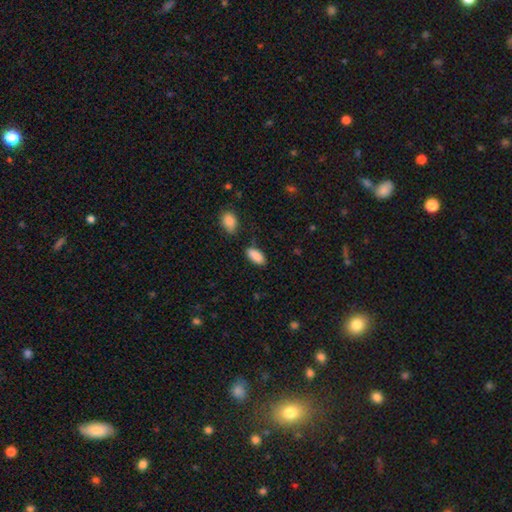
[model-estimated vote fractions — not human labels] Smooth or featured? smooth (89%)
How rounded? in between (90%)
Merging? none (79%)